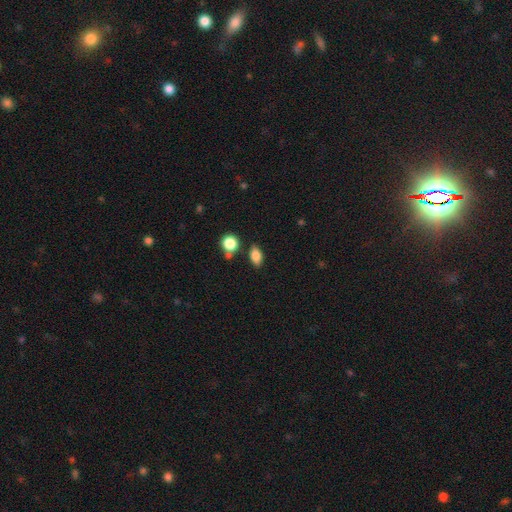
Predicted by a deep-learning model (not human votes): This is clearly a smooth galaxy (80%). How rounded: clearly in between (81%). Merging: likely none (77%).